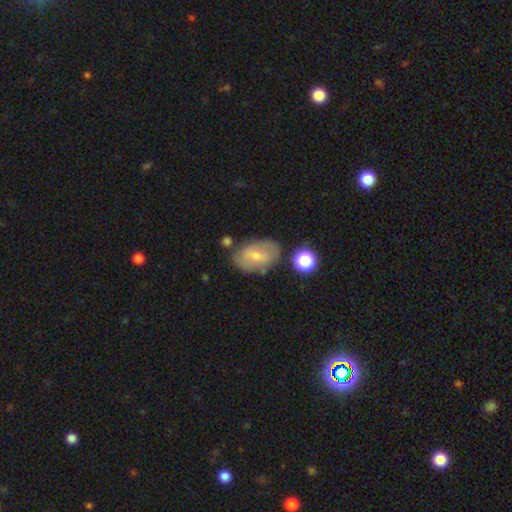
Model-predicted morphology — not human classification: type=smooth (50%); roundness=in between (84%); merging=none (64%).